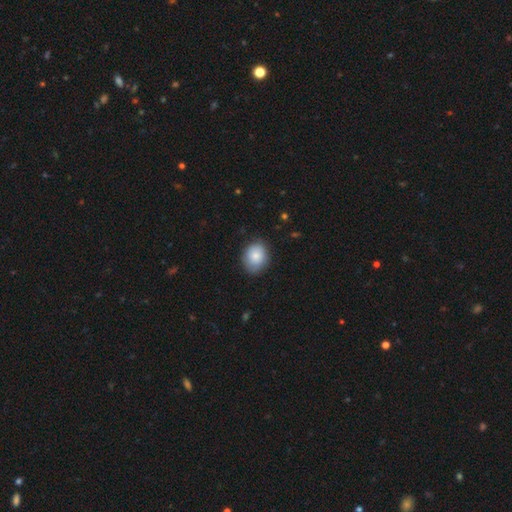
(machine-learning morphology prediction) Smooth or featured? Predicted: smooth (p=0.82). How rounded? Predicted: round (p=0.56). Merging? Predicted: none (p=0.80).